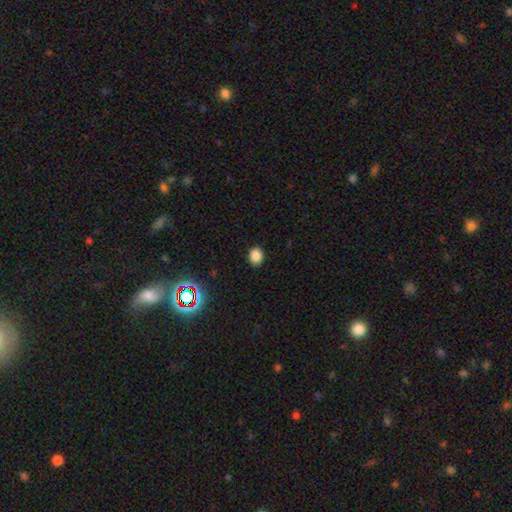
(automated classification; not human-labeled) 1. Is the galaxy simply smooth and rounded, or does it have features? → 84% smooth, 12% star or artifact, 4% featured or disk.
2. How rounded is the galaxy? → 50% round, 49% in between, 1% cigar-shaped.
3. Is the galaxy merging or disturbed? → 89% none, 8% minor disturbance, 2% major disturbance, 1% merger.